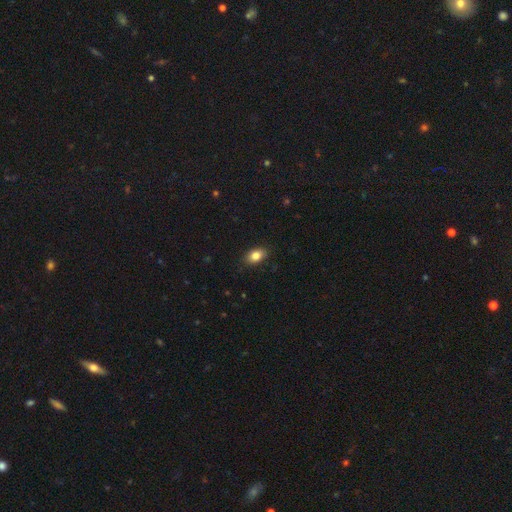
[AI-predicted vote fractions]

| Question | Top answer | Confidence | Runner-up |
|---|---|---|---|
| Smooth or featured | smooth | 84% | star or artifact (8%) |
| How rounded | in between | 86% | round (12%) |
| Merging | none | 88% | minor disturbance (9%) |